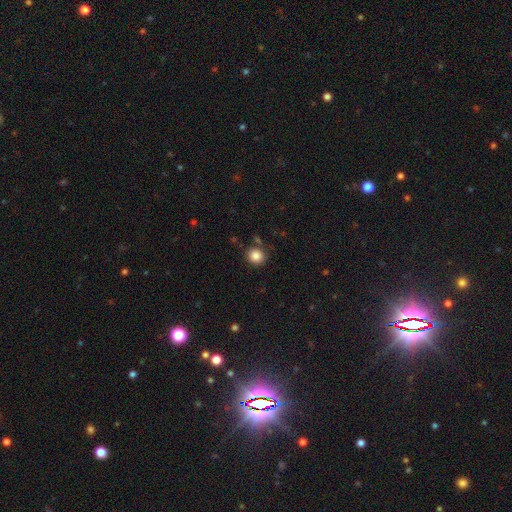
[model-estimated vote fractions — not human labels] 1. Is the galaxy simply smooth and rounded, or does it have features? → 85% smooth, 11% star or artifact, 4% featured or disk.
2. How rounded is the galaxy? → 85% round, 14% in between, 1% cigar-shaped.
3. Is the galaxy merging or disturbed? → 82% none, 10% minor disturbance, 5% merger, 3% major disturbance.